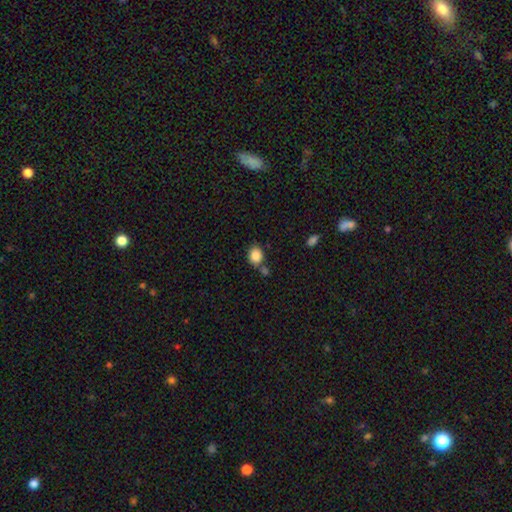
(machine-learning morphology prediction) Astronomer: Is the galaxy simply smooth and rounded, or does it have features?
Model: smooth — 86%.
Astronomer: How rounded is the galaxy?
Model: round — 53% (runner-up: in between, 46%).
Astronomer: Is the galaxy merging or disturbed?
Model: none — 62%.